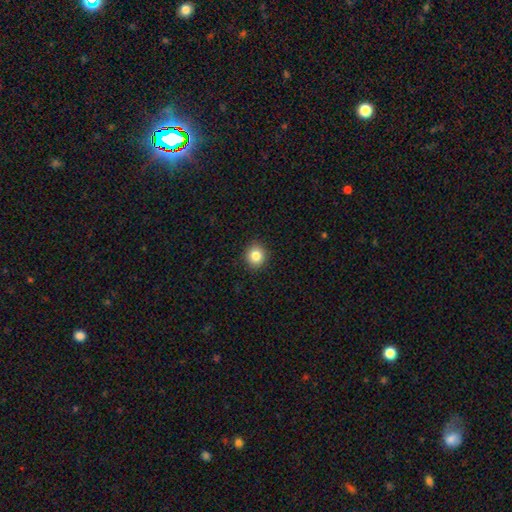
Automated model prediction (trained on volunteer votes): This appears to be a smooth galaxy with no disk features (84%) that is round (86%). Merging: none (92%).